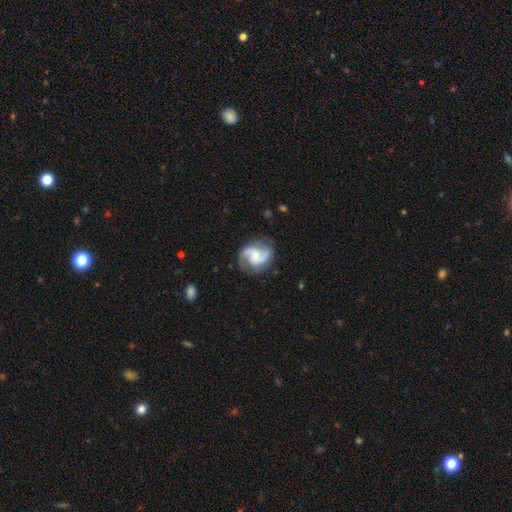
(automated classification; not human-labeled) This appears to be a featured or disk galaxy (78%) with no bar (53%), 2 (87%) medium (48%) spiral arms (95%) and a small central bulge (48%). Merging: none (73%).